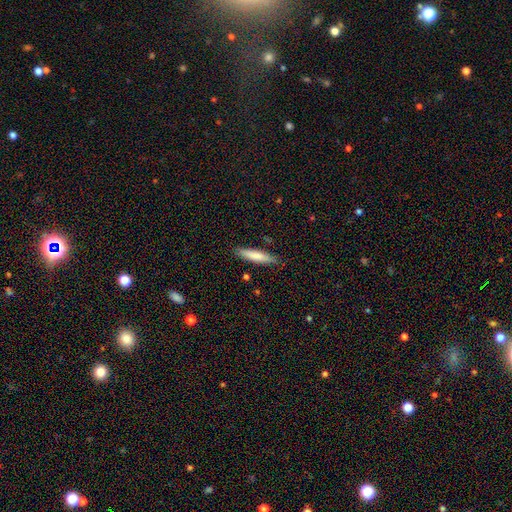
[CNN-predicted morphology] smooth 77%, featured or disk 17%, star or artifact 6%. Down the decision tree: how rounded — cigar-shaped (85%); merging — none (87%).